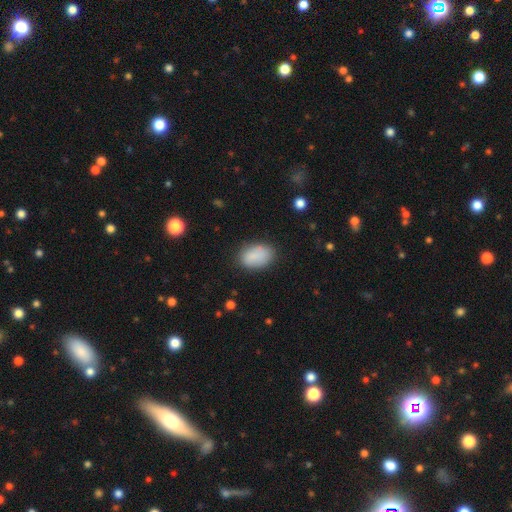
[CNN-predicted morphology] The model was most divided on "merging": none: 81%, minor disturbance: 14%, major disturbance: 4%, merger: 2%. More confident: how rounded — in between (89%); smooth or featured — smooth (87%).